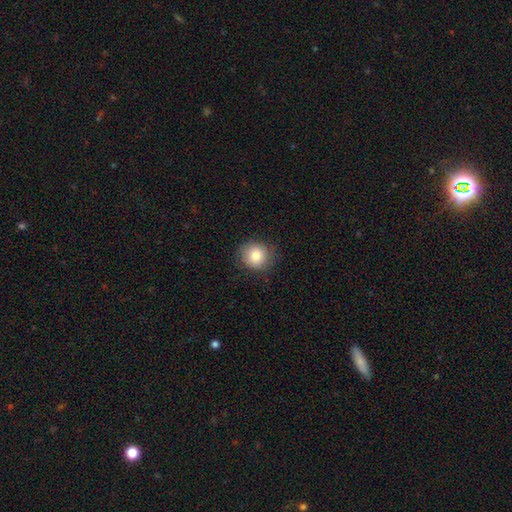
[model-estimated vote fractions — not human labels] Smooth or featured? Predicted: smooth (p=0.81). How rounded? Predicted: round (p=0.88). Merging? Predicted: none (p=0.84).